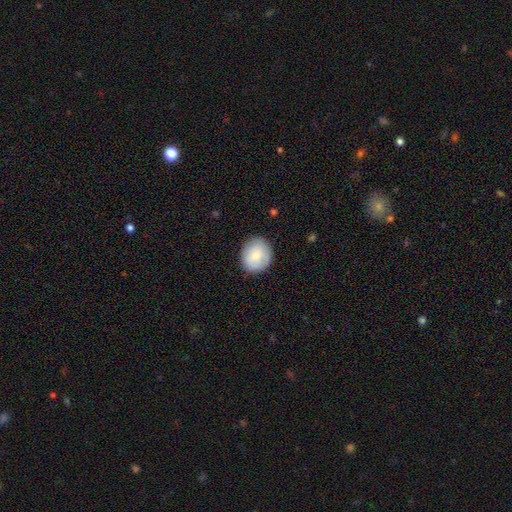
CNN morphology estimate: type=smooth (79%); roundness=round (66%); merging=none (85%).